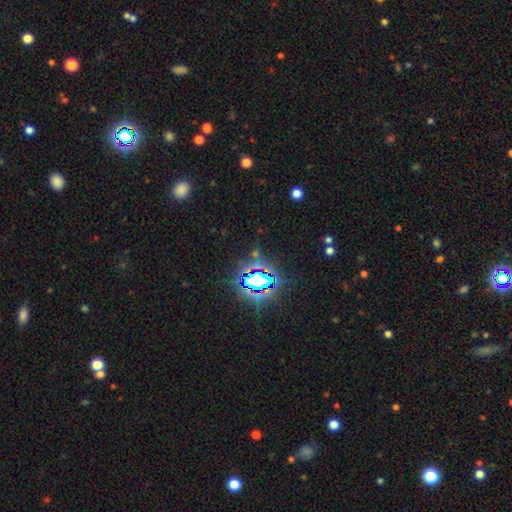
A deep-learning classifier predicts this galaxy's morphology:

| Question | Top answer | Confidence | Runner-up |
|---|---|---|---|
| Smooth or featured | star or artifact | 79% | smooth (13%) |